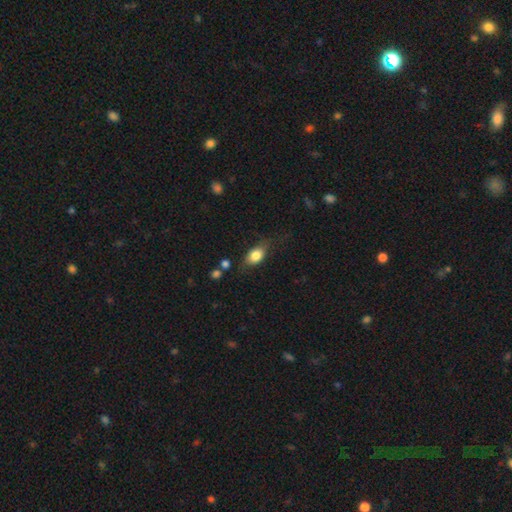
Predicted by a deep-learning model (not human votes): smooth_or_featured: smooth (p=0.76) [alt: featured or disk p=0.16]
how_rounded: in between (p=0.78) [alt: round p=0.16]
merging: none (p=0.62) [alt: minor disturbance p=0.24]